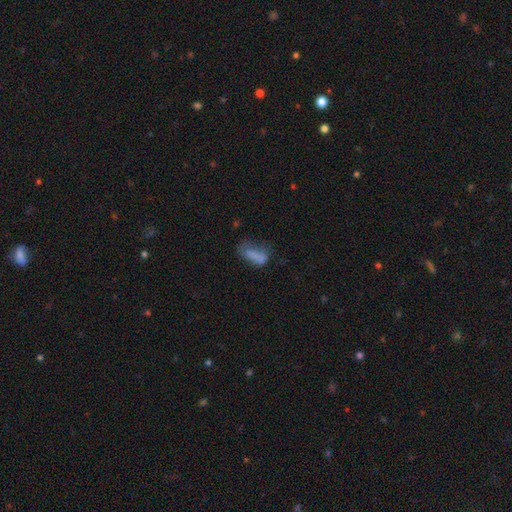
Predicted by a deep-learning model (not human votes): Overall: smooth (70%). How rounded: in between (75%). Merging: major disturbance (34%; none 30%).